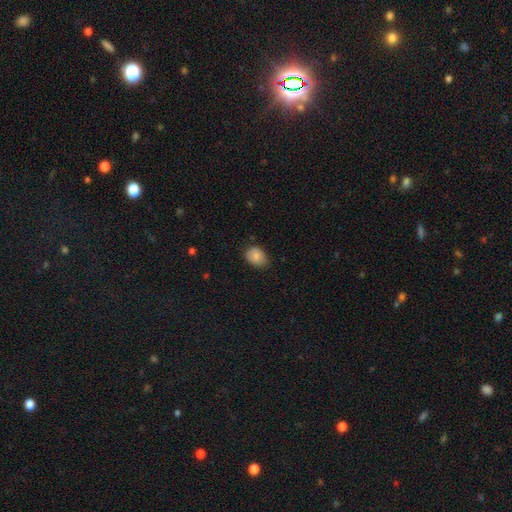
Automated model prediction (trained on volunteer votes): This appears to be a smooth galaxy with no disk features (84%) that is in between round and cigar-shaped (64%). Merging: none (71%).